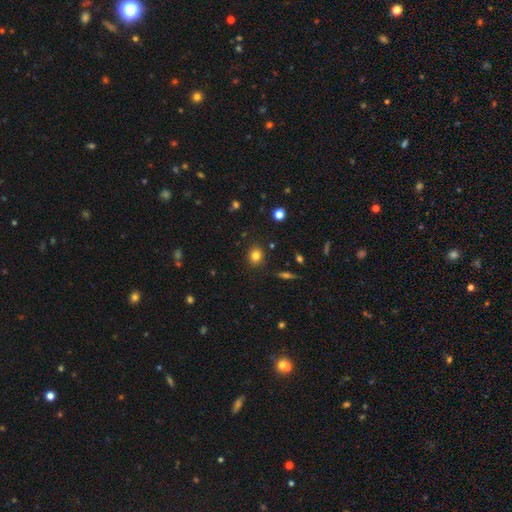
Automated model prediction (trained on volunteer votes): Smooth or featured: smooth — 81% (star or artifact — 12%)
How rounded: round — 76% (in between — 23%)
Merging: none — 88% (minor disturbance — 8%)